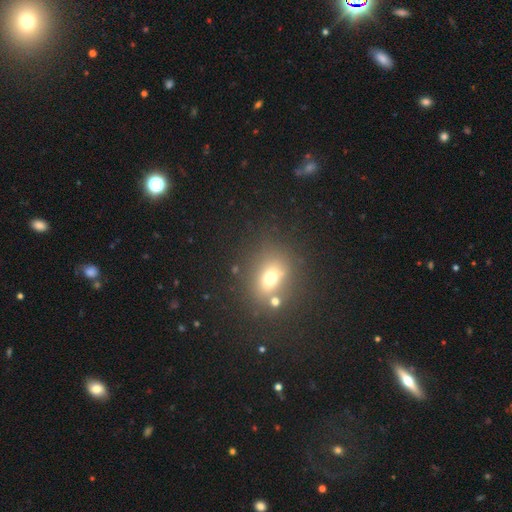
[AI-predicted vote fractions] Smooth or featured? smooth (52%)
How rounded? round (56%)
Merging? none (74%)